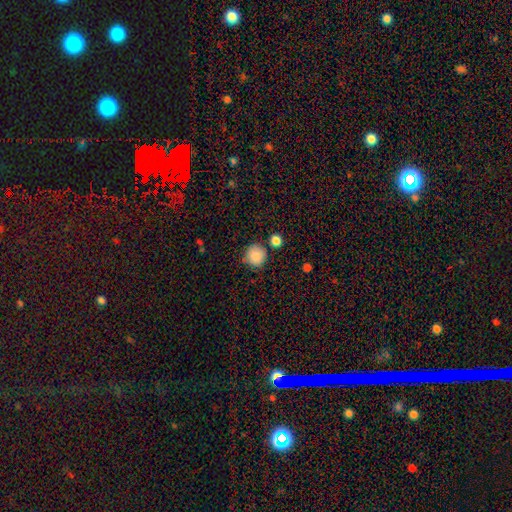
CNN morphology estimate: smooth-or-featured: smooth: 86% | star or artifact: 9% | featured or disk: 5%
  how-rounded: round: 93% | in between: 6% | cigar-shaped: 1%
  merging: none: 80% | minor disturbance: 11% | merger: 6% | major disturbance: 3%